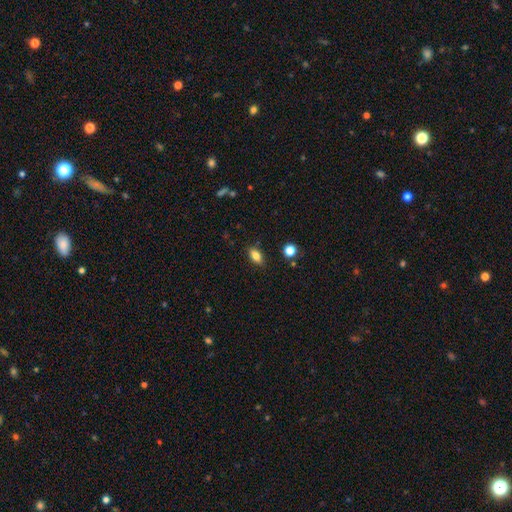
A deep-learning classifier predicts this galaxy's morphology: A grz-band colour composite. It shows a smooth galaxy with no disk features (81%) that is in between round and cigar-shaped (85%). Merging: none (86%).